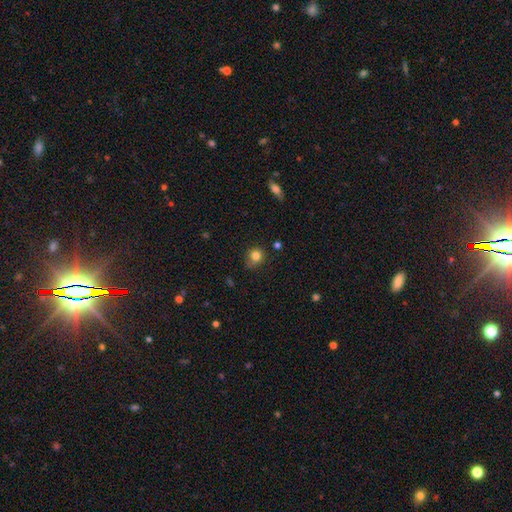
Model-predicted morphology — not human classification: Smooth or featured: smooth — 82% (star or artifact — 11%)
How rounded: round — 78% (in between — 21%)
Merging: none — 66% (minor disturbance — 26%)